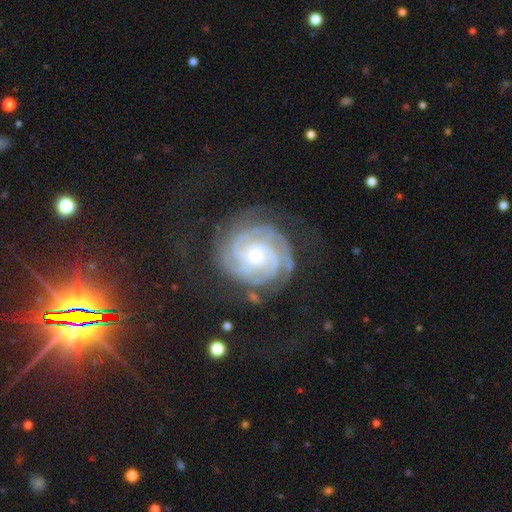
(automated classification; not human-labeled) Smooth or featured? Predicted: featured or disk (p=0.90). Edge-on disk? Predicted: no (p=0.98). Bar? Predicted: no (p=0.76). Spiral arms? Predicted: yes (p=0.98). Spiral winding? Predicted: tight (p=0.77). Spiral arm count? Predicted: 3 (p=0.29). Bulge size? Predicted: small (p=0.65). Merging? Predicted: none (p=0.74).